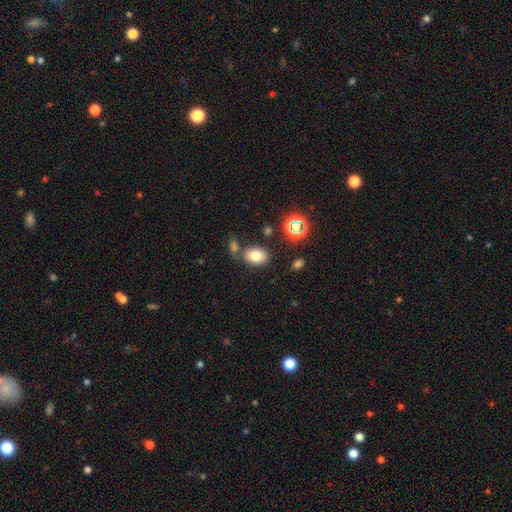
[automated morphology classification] Overall: smooth (78%). How rounded: in between (74%). Merging: none (70%).